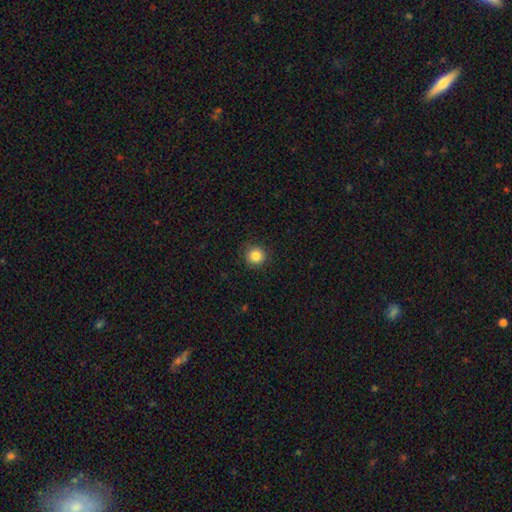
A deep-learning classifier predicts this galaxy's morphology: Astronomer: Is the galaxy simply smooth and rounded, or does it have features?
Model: smooth — 85%.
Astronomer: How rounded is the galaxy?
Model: round — 94%.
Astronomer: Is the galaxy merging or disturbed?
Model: none — 90%.